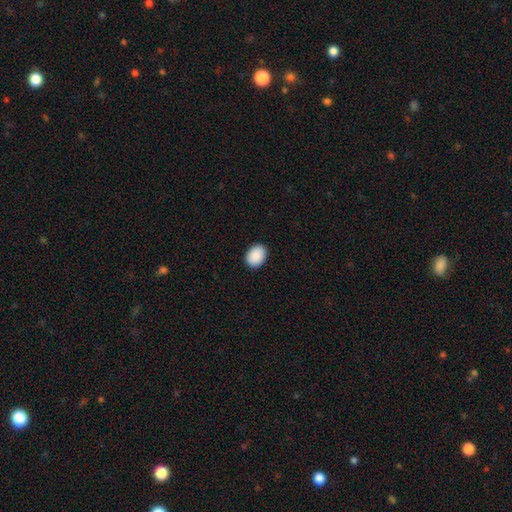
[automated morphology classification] smooth 91%, star or artifact 7%, featured or disk 2%. Down the decision tree: how rounded — in between (73%); merging — none (90%).